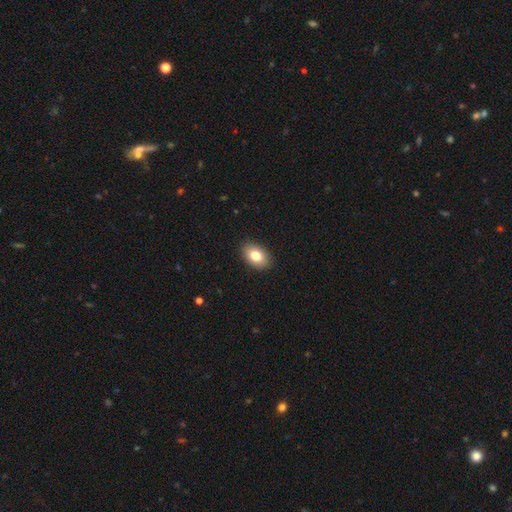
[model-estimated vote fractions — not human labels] Smooth or featured?
  - smooth: 81% *
  - featured or disk: 12%
  - star or artifact: 8%
How rounded?
  - in between: 88% *
  - round: 11%
  - cigar-shaped: 1%
Merging?
  - none: 90% *
  - minor disturbance: 7%
  - major disturbance: 2%
  - merger: 1%